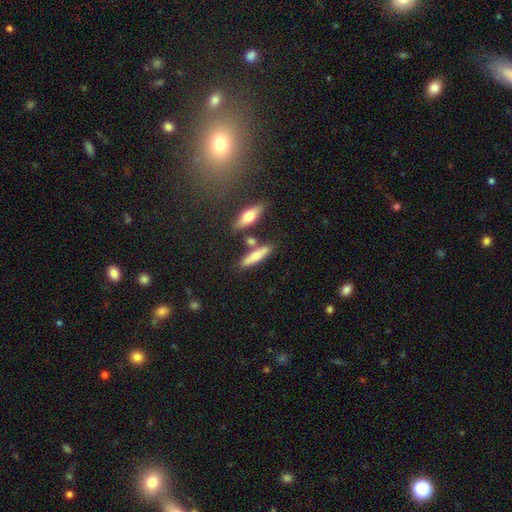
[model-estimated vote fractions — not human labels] The model was most divided on "smooth or featured": smooth: 65%, featured or disk: 28%, star or artifact: 8%. More confident: merging — none (70%); how rounded — cigar-shaped (68%).